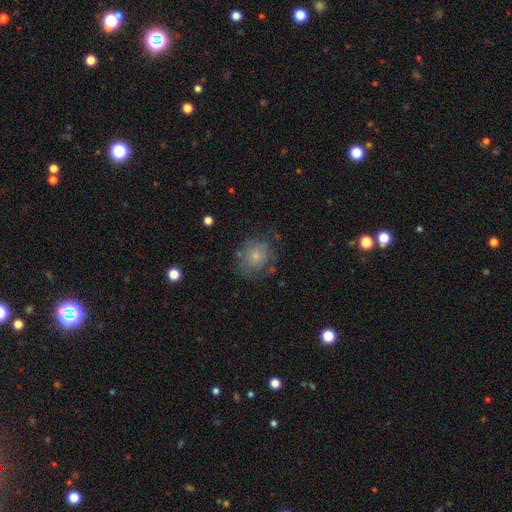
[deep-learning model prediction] smooth_or_featured: smooth (p=0.70) [alt: featured or disk p=0.20]
how_rounded: round (p=0.74) [alt: in between p=0.25]
merging: none (p=0.63) [alt: minor disturbance p=0.23]